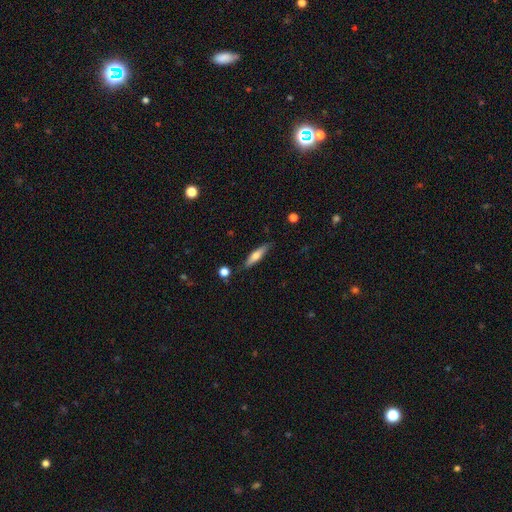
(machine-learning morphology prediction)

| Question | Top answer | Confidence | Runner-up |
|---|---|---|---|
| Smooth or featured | smooth | 57% | featured or disk (37%) |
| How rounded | cigar-shaped | 77% | in between (21%) |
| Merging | none | 83% | minor disturbance (12%) |